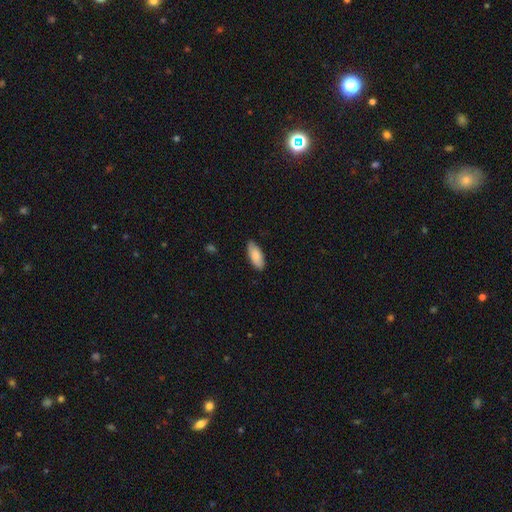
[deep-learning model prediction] This appears to be a smooth galaxy with no disk features (84%) that is in between round and cigar-shaped (85%). Merging: none (82%).